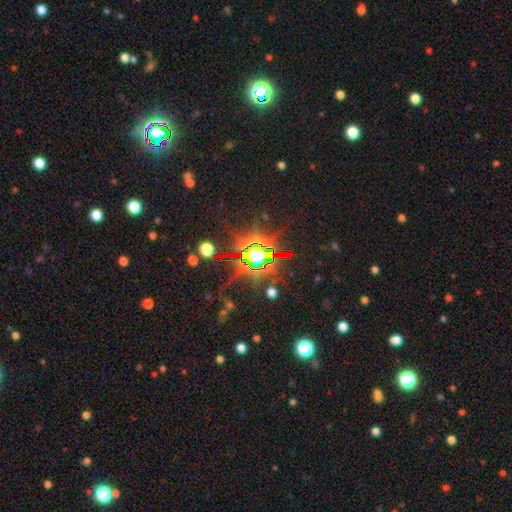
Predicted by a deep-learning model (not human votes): A star or artifact, not a galaxy (83%).

Vote fractions:
- Smooth or featured? star or artifact: 83% / smooth: 9% / featured or disk: 8%